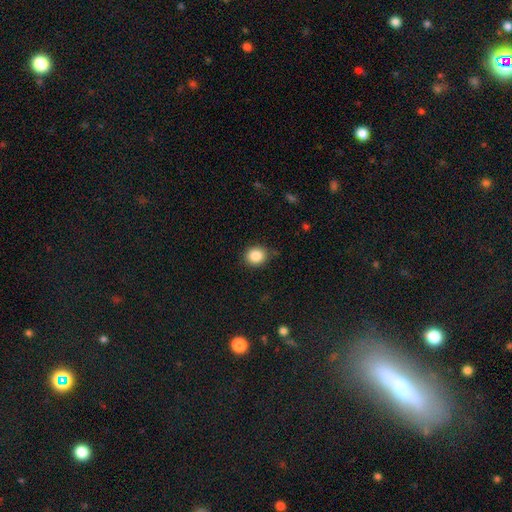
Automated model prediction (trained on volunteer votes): The model was most divided on "how rounded": round: 75%, in between: 24%, cigar-shaped: 1%. More confident: smooth or featured — smooth (86%); merging — none (84%).